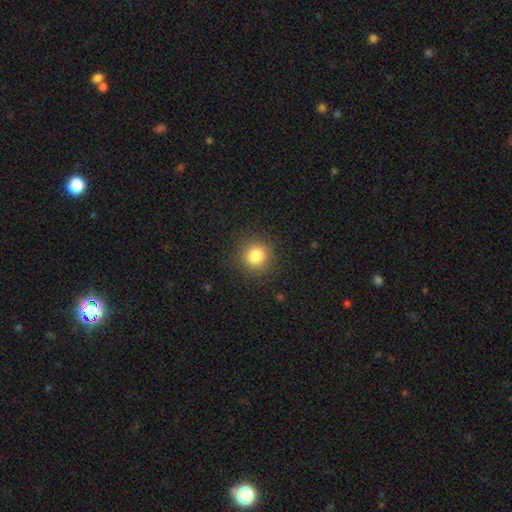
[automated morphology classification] This is clearly a smooth galaxy (83%). How rounded: clearly round (92%). Merging: clearly none (89%).